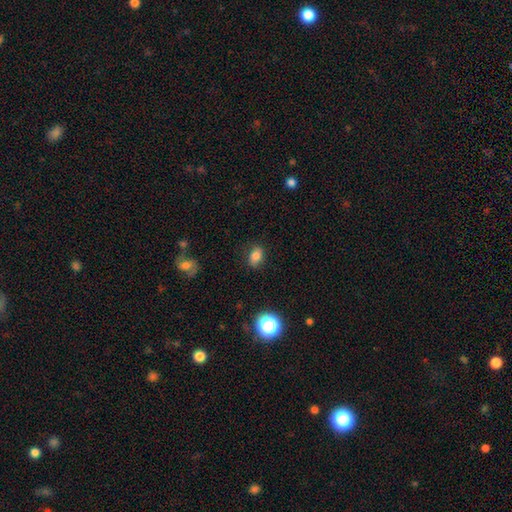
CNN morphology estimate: Overall: smooth (78%). How rounded: in between (75%). Merging: none (79%).